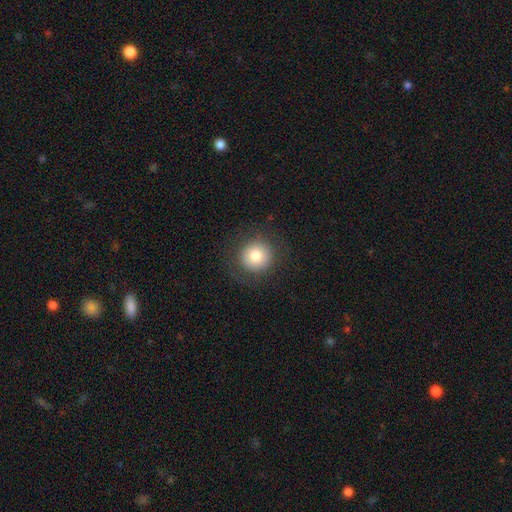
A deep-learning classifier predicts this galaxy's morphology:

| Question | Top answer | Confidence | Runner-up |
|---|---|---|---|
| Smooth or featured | smooth | 79% | featured or disk (11%) |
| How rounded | round | 94% | in between (5%) |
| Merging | none | 86% | minor disturbance (8%) |